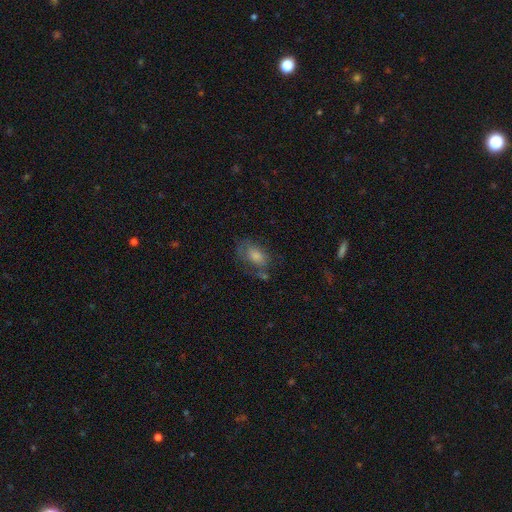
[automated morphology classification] Q: Smooth or featured?
A: smooth (58%); runner-up: featured or disk (28%)
Q: How rounded?
A: in between (84%); runner-up: round (13%)
Q: Merging?
A: none (53%); runner-up: minor disturbance (24%)